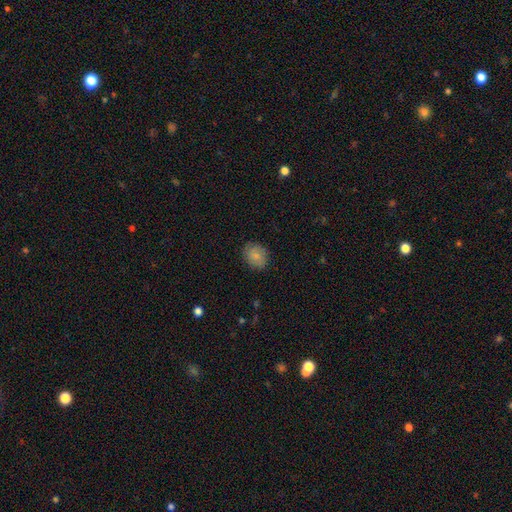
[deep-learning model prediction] Smooth or featured?
  - smooth: 80% *
  - featured or disk: 12%
  - star or artifact: 7%
How rounded?
  - round: 51% *
  - in between: 48%
  - cigar-shaped: 1%
Merging?
  - none: 83% *
  - minor disturbance: 13%
  - major disturbance: 3%
  - merger: 1%